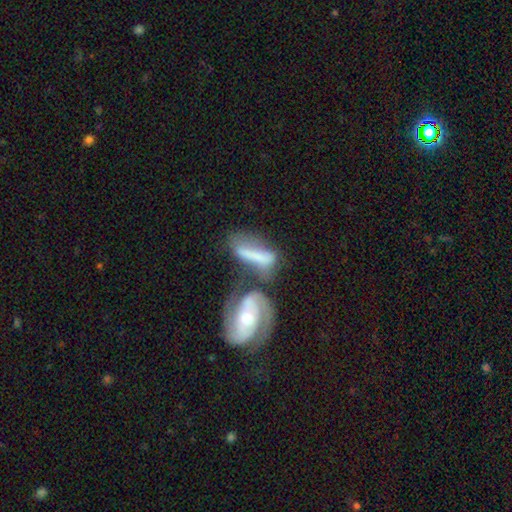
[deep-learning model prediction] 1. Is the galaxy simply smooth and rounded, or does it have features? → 49% featured or disk, 44% smooth, 7% star or artifact.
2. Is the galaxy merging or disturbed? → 56% merger, 21% none, 13% minor disturbance, 10% major disturbance.